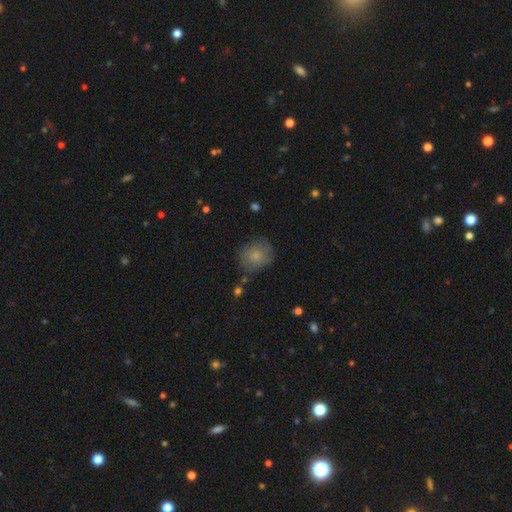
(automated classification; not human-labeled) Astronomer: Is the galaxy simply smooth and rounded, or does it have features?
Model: smooth — 75%.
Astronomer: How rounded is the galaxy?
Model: round — 69%.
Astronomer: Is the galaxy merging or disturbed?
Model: none — 69%.